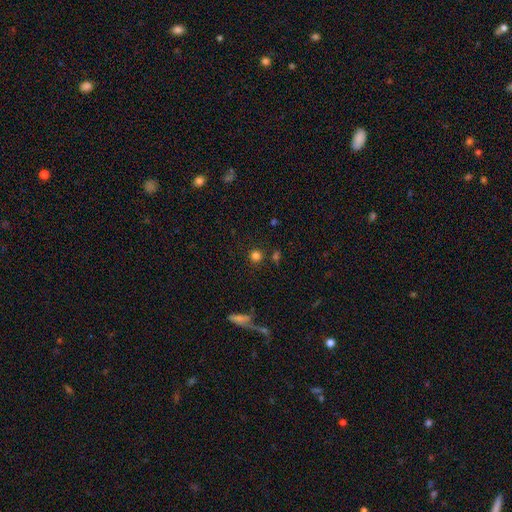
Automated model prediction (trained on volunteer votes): smooth_or_featured: smooth (p=0.77) [alt: star or artifact p=0.17]
how_rounded: round (p=0.93) [alt: in between p=0.05]
merging: none (p=0.83) [alt: minor disturbance p=0.07]